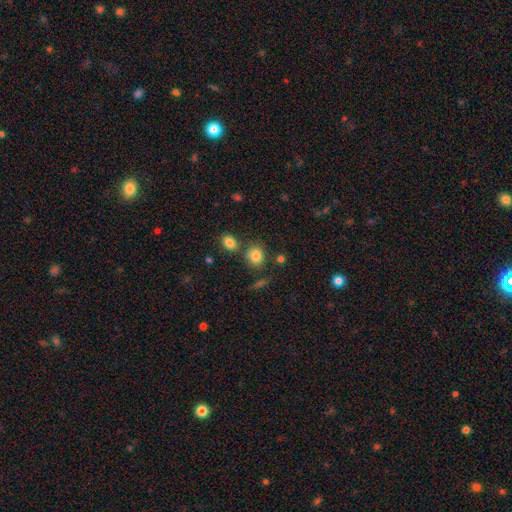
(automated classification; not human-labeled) Overall: smooth (83%). How rounded: round (73%). Merging: none (73%).